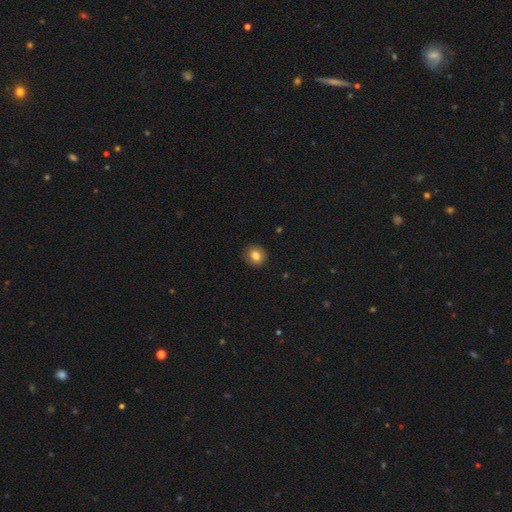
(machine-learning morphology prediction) Smooth or featured: smooth — 82% (star or artifact — 10%)
How rounded: round — 78% (in between — 21%)
Merging: none — 89% (minor disturbance — 8%)